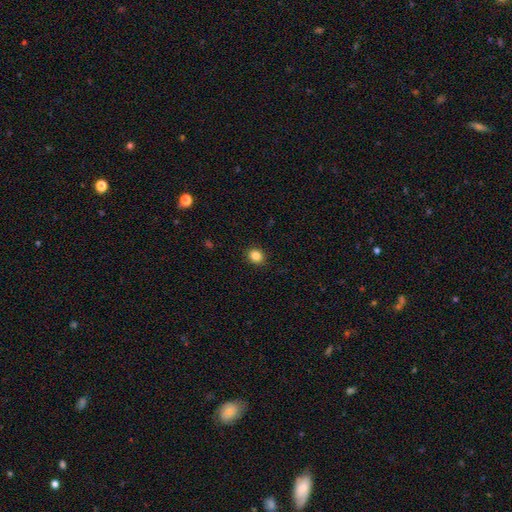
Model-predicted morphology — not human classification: This appears to be a smooth galaxy with no disk features (85%) that is round (70%). Merging: none (91%).